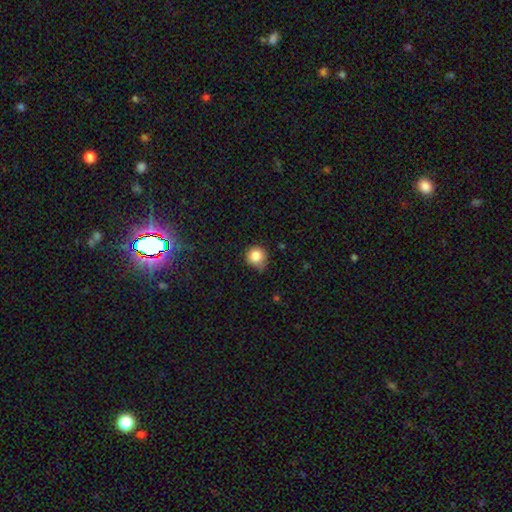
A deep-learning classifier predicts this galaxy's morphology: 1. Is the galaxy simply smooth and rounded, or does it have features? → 84% smooth, 10% star or artifact, 6% featured or disk.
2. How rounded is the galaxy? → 91% round, 8% in between, 1% cigar-shaped.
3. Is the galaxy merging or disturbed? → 62% none, 30% minor disturbance, 5% major disturbance, 2% merger.